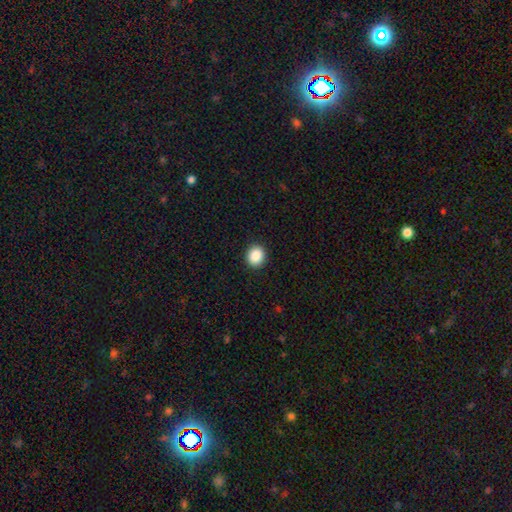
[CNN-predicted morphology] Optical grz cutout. It shows a smooth galaxy with no disk features (88%) that is round (75%). Merging: none (92%).